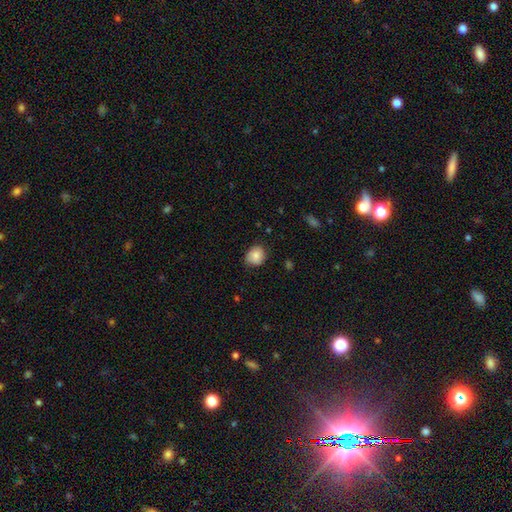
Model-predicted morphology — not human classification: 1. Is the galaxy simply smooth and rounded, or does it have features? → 82% smooth, 10% featured or disk, 8% star or artifact.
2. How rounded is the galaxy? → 67% round, 32% in between, 1% cigar-shaped.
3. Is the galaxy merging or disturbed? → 72% none, 23% minor disturbance, 4% major disturbance, 1% merger.